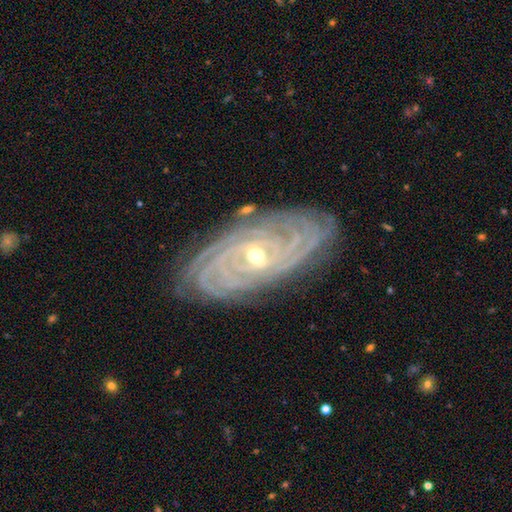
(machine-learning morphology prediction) Smooth or featured: featured or disk — 87% (star or artifact — 7%)
Edge-on disk: no — 92% (yes — 8%)
Bar: no — 53% (weak — 32%)
Spiral arms: yes — 97% (no — 3%)
Spiral winding: tight — 84% (medium — 13%)
Spiral arm count: can't tell — 30% (more than 4 — 21%)
Bulge size: small — 50% (moderate — 47%)
Merging: none — 85% (minor disturbance — 11%)